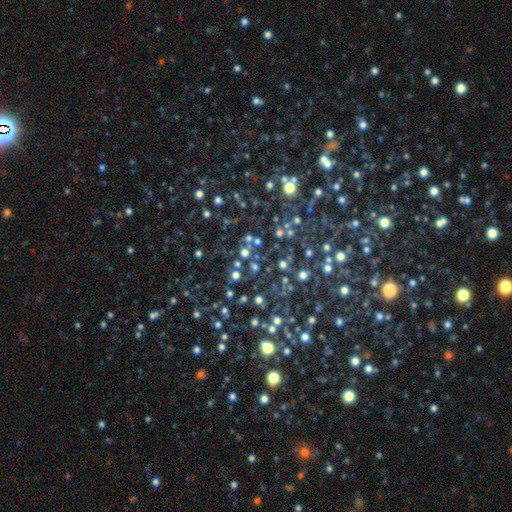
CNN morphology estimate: This is likely a star or artifact rather than a galaxy (76%).